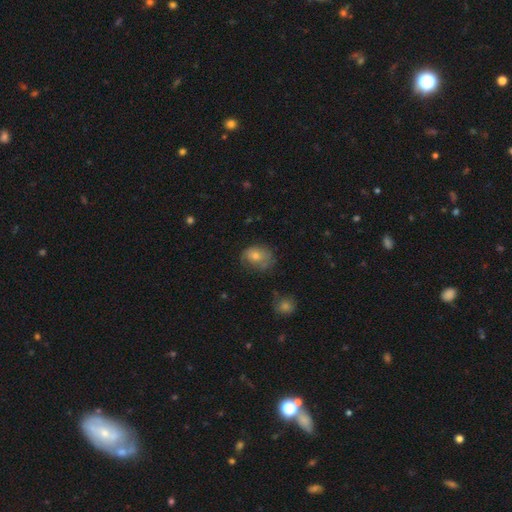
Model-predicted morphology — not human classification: Smooth or featured: smooth — 62% (featured or disk — 26%)
How rounded: in between — 62% (round — 37%)
Merging: none — 55% (minor disturbance — 30%)